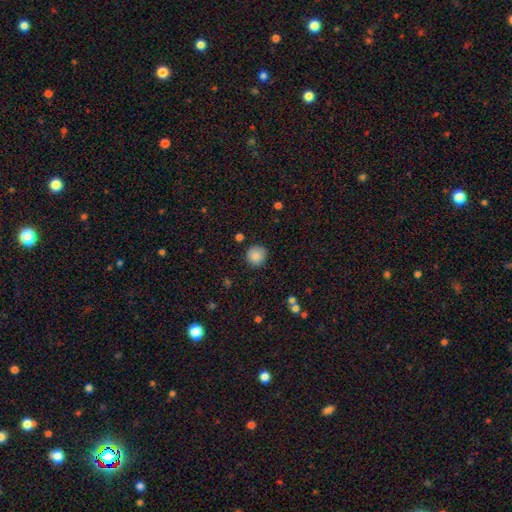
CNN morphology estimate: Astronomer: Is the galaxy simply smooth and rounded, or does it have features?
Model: smooth — 86%.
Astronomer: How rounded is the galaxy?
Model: round — 92%.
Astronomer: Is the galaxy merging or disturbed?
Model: none — 86%.